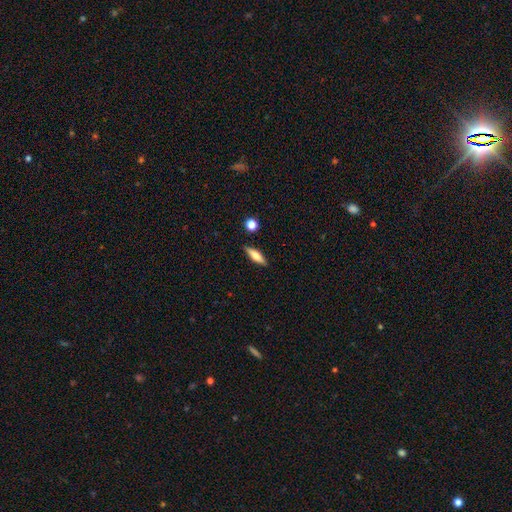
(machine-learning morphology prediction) Smooth or featured?
  - smooth: 63% *
  - featured or disk: 30%
  - star or artifact: 7%
How rounded?
  - cigar-shaped: 58% *
  - in between: 39%
  - round: 3%
Merging?
  - none: 87% *
  - minor disturbance: 8%
  - merger: 2%
  - major disturbance: 2%